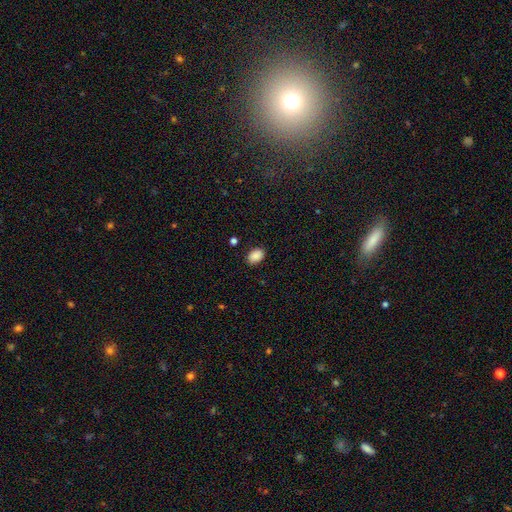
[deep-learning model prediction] Smooth or featured: smooth — 88% (star or artifact — 8%)
How rounded: in between — 82% (round — 17%)
Merging: none — 85% (minor disturbance — 11%)